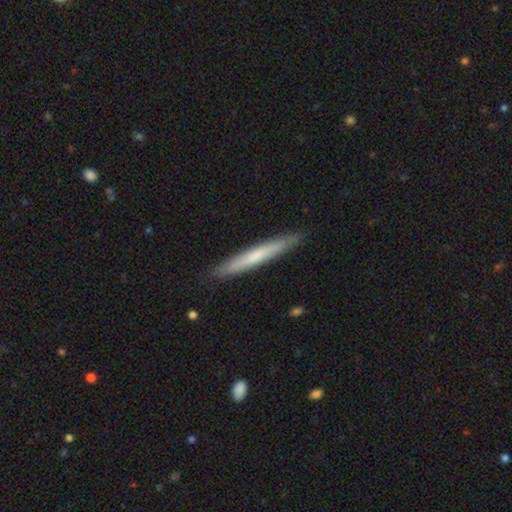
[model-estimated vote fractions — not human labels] Smooth or featured: smooth — 59% (featured or disk — 35%)
How rounded: cigar-shaped — 96% (in between — 3%)
Merging: none — 90% (minor disturbance — 7%)